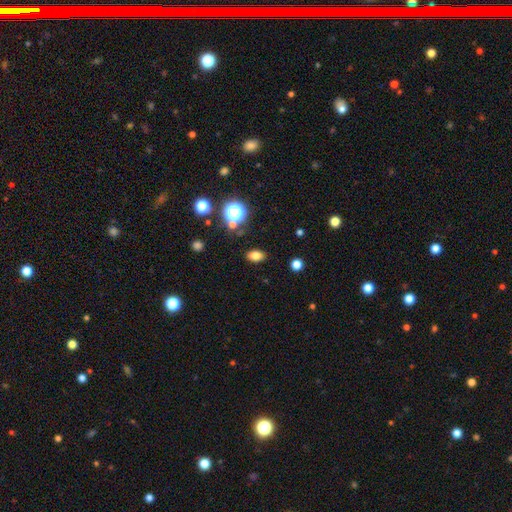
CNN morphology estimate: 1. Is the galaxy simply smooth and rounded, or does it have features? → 77% smooth, 15% star or artifact, 8% featured or disk.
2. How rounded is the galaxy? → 84% in between, 14% round, 2% cigar-shaped.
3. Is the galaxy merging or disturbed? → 86% none, 9% minor disturbance, 3% major disturbance, 2% merger.